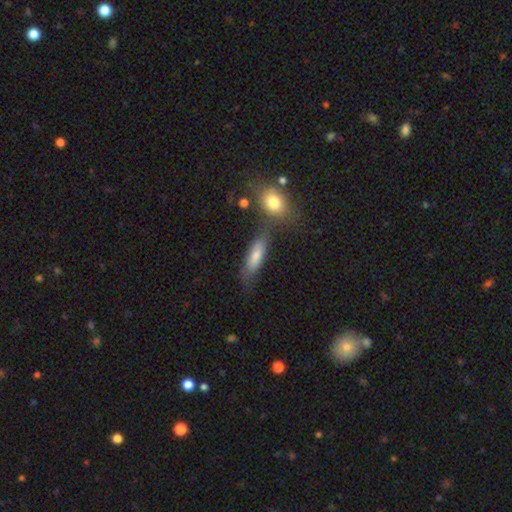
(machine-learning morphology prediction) smooth 71%, featured or disk 20%, star or artifact 9%. Down the decision tree: how rounded — in between (49%); merging — none (59%).